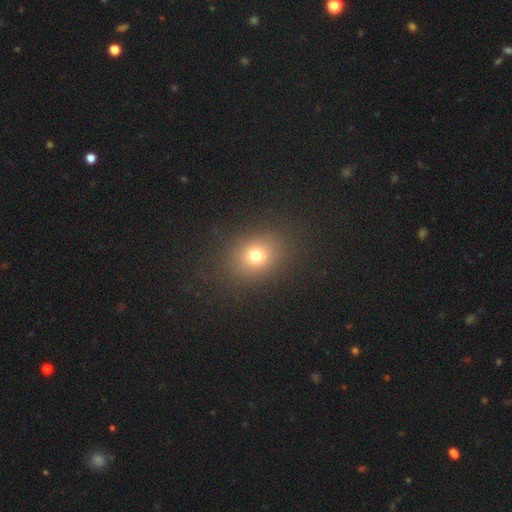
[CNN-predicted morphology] Overall: smooth (74%). How rounded: round (58%; in between 41%). Merging: none (86%).